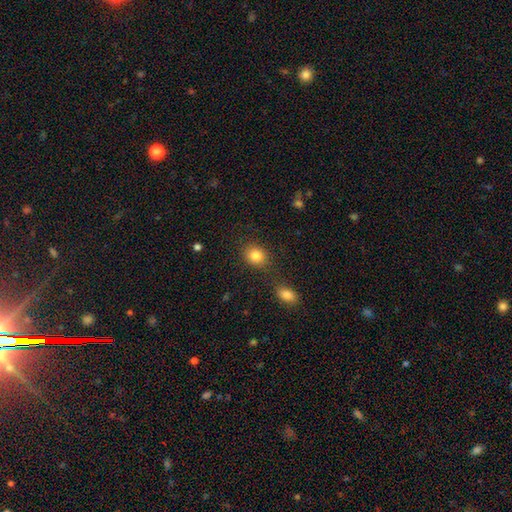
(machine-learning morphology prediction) Smooth or featured?
  - smooth: 84% *
  - star or artifact: 10%
  - featured or disk: 6%
How rounded?
  - round: 55% *
  - in between: 44%
  - cigar-shaped: 1%
Merging?
  - none: 76% *
  - minor disturbance: 11%
  - merger: 9%
  - major disturbance: 4%